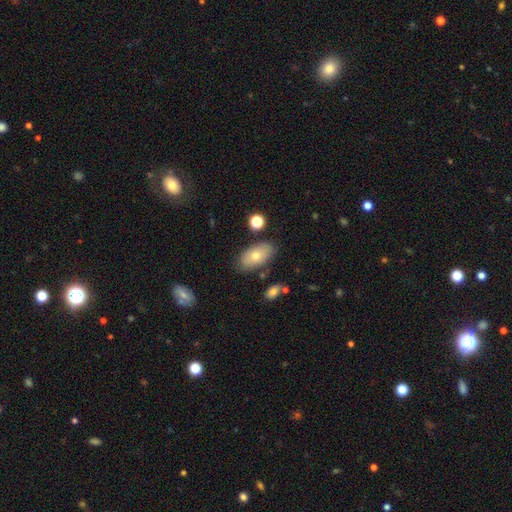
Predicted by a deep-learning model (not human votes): A smooth galaxy with no disk features (69%) that is in between round and cigar-shaped (91%). Merging: none (79%).